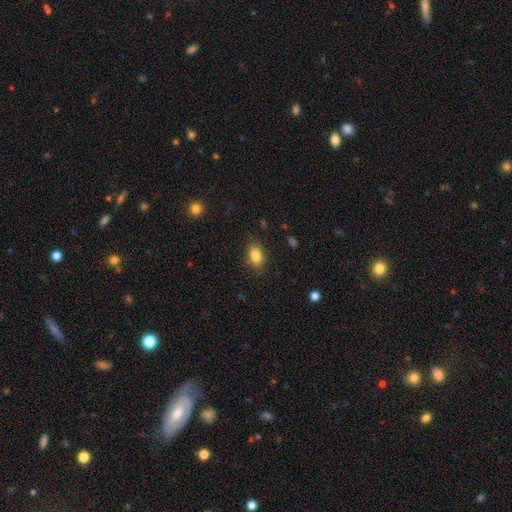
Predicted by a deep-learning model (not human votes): Overall: smooth (85%). How rounded: in between (80%). Merging: none (84%).